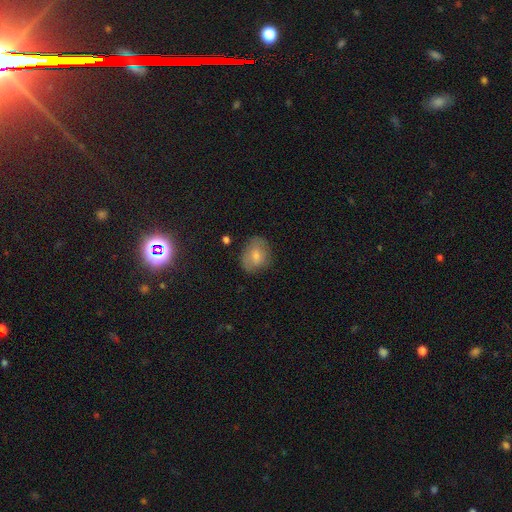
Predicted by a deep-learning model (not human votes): Smooth or featured? smooth (72%)
How rounded? in between (54%)
Merging? none (70%)